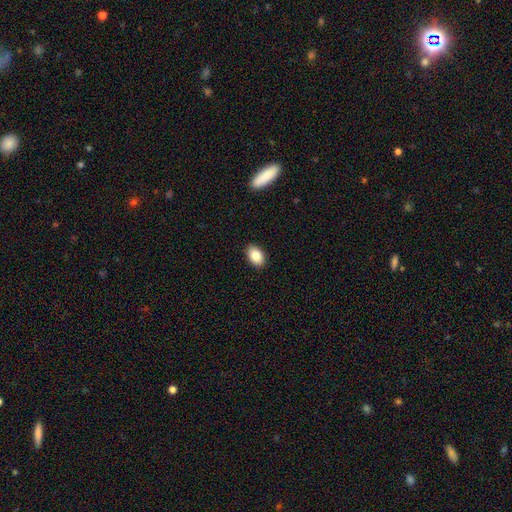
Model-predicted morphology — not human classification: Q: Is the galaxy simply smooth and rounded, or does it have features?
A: smooth — 85%.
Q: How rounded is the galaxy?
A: in between — 88%.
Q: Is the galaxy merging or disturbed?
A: none — 90%.